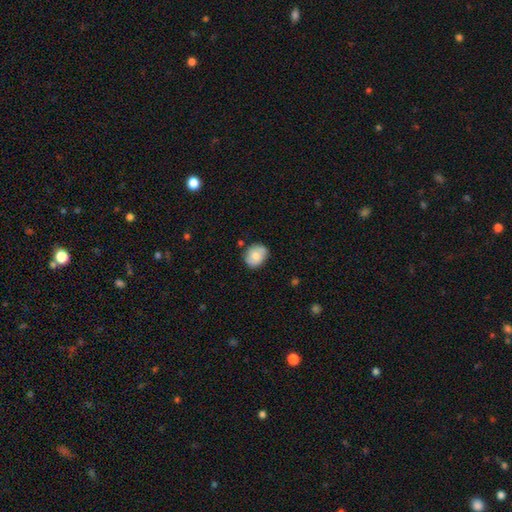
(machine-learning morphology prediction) Smooth or featured: smooth — 72% (featured or disk — 20%)
How rounded: round — 53% (in between — 46%)
Merging: none — 74% (minor disturbance — 20%)